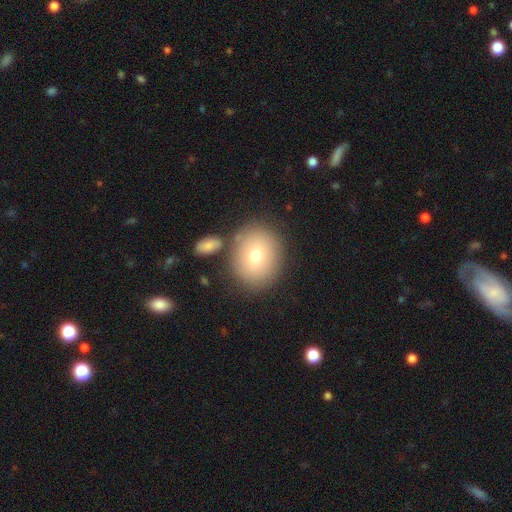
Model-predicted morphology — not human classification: This appears to be a smooth galaxy with no disk features (74%) that is round (62%). Merging: none (77%).